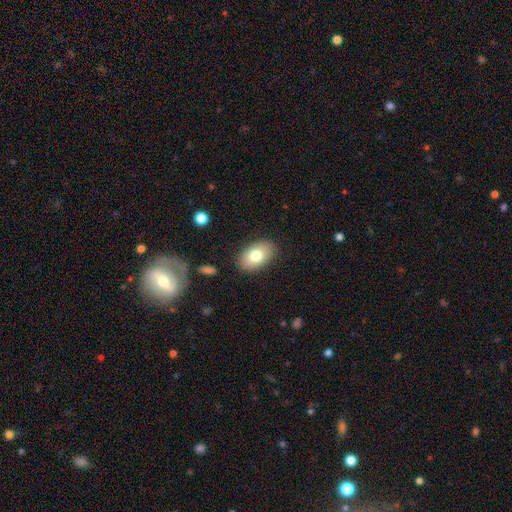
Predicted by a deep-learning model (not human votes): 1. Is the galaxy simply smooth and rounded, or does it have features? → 76% smooth, 16% featured or disk, 8% star or artifact.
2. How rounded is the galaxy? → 90% in between, 9% round, 1% cigar-shaped.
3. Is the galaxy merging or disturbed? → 86% none, 10% minor disturbance, 3% major disturbance, 1% merger.